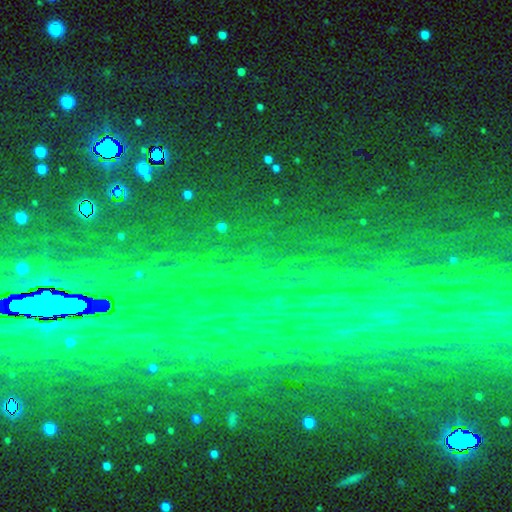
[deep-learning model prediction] Morphology: type=star or artifact (85%).